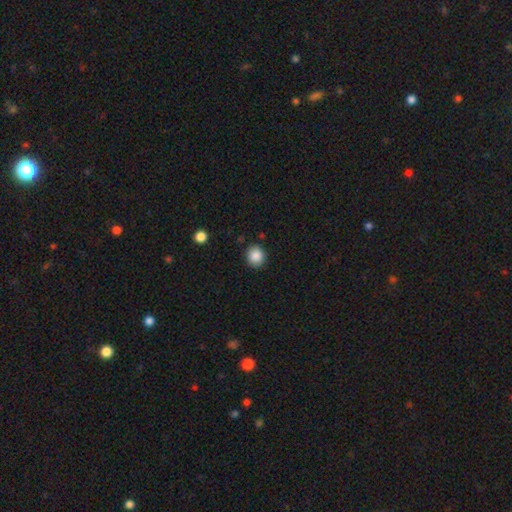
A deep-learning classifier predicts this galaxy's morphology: This is clearly a smooth galaxy (87%). How rounded: clearly round (86%). Merging: clearly none (88%).